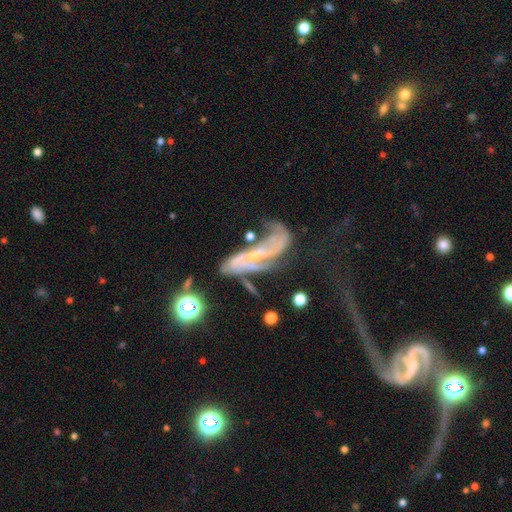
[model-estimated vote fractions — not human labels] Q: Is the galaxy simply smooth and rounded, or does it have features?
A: featured or disk — 77%.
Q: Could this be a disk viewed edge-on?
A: no — 87%.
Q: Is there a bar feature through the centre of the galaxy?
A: no — 47%.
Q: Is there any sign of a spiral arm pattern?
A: yes — 83%.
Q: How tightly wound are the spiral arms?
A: loose — 46%.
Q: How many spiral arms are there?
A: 2 — 62%.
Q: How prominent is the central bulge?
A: small — 73%.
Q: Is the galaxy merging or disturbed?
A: major disturbance — 37%.